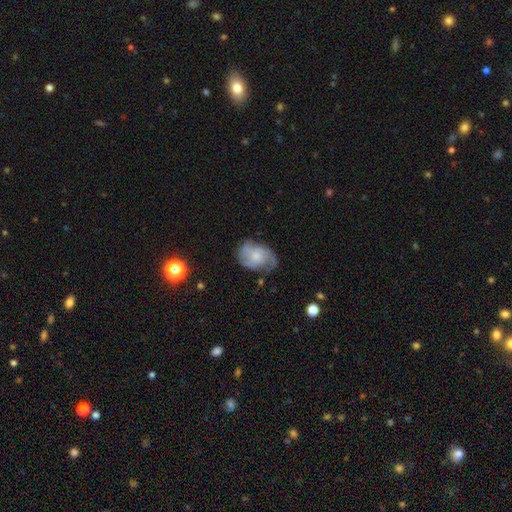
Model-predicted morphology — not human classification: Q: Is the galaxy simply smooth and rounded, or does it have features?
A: featured or disk — 60%.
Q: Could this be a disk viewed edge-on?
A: no — 97%.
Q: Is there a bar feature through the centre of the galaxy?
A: no — 76%.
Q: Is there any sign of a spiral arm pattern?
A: yes — 82%.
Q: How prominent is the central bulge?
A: small — 52%.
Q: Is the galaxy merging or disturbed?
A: none — 51%.